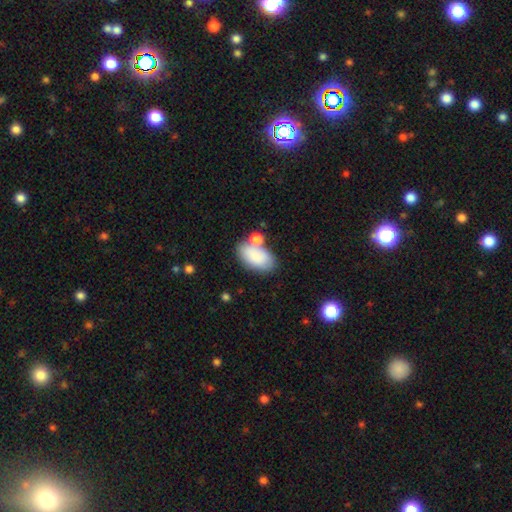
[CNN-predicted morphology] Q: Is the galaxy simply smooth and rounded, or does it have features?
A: smooth — 82%.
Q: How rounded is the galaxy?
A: in between — 93%.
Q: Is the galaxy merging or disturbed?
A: none — 54%.